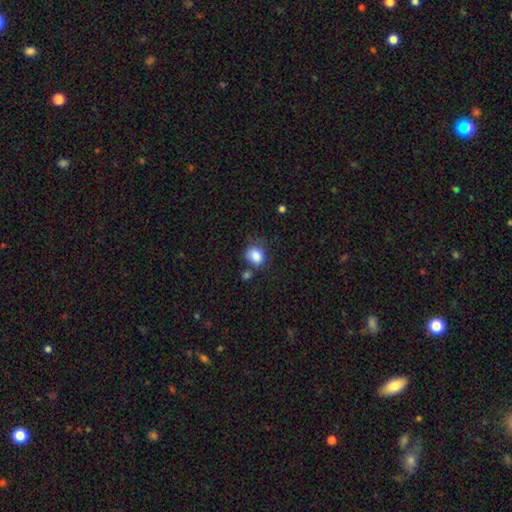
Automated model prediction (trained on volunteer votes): Smooth or featured: smooth — 85% (star or artifact — 9%)
How rounded: round — 52% (in between — 47%)
Merging: none — 55% (minor disturbance — 23%)